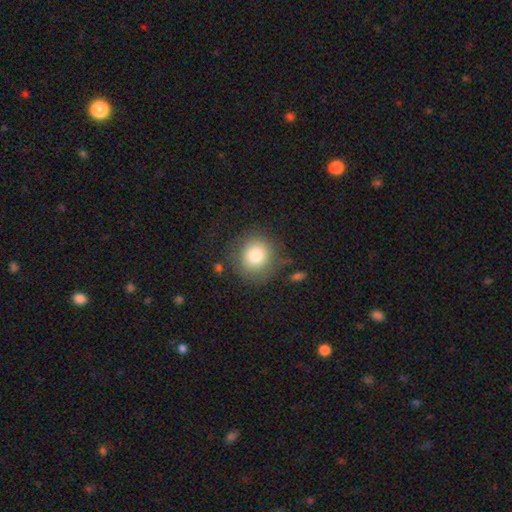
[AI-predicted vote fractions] Smooth or featured? Predicted: smooth (p=0.80). How rounded? Predicted: round (p=0.88). Merging? Predicted: none (p=0.78).